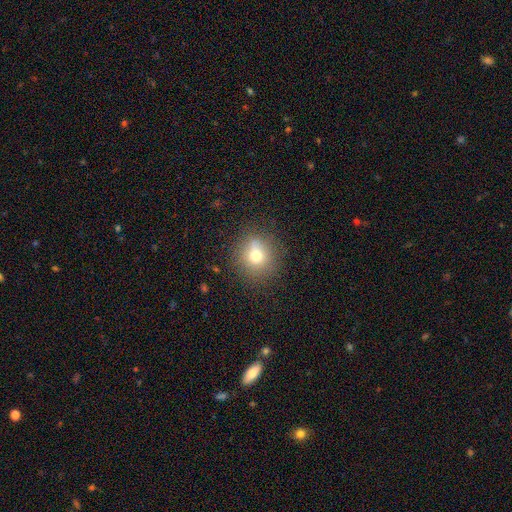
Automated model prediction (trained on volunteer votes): Smooth or featured: smooth — 69% (featured or disk — 16%)
How rounded: round — 90% (in between — 9%)
Merging: none — 80% (minor disturbance — 12%)